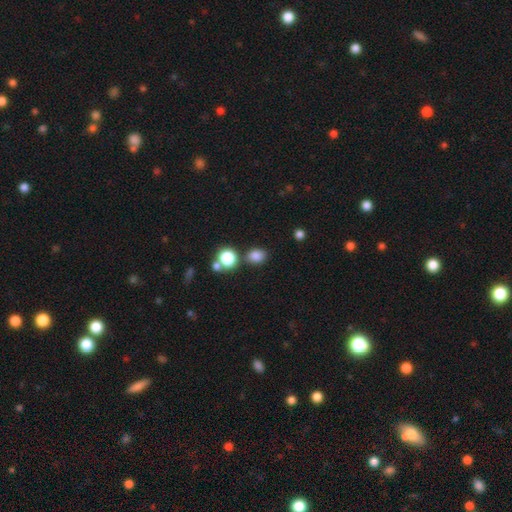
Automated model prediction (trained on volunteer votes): Morphology: type=smooth (81%); roundness=round (50%); merging=none (71%).